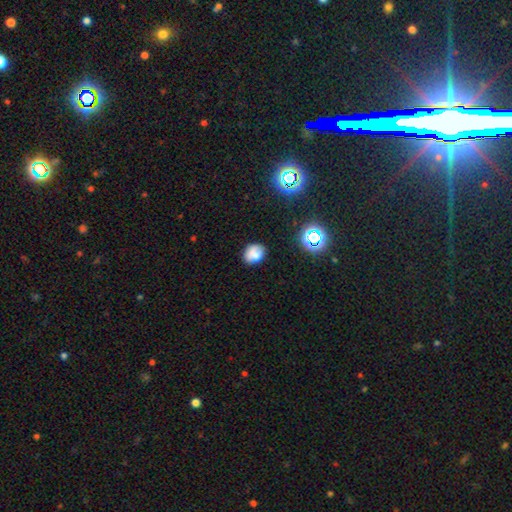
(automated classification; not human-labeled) smooth_or_featured: smooth (p=0.71) [alt: featured or disk p=0.15]
how_rounded: in between (p=0.54) [alt: round p=0.45]
merging: none (p=0.66) [alt: minor disturbance p=0.22]